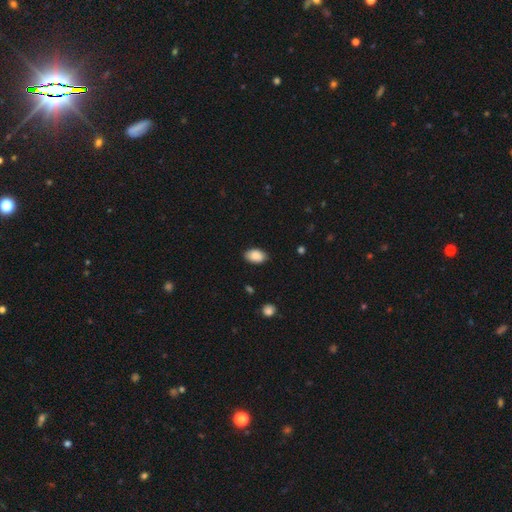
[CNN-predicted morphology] smooth_or_featured: smooth (p=0.89) [alt: star or artifact p=0.07]
how_rounded: in between (p=0.91) [alt: round p=0.08]
merging: none (p=0.86) [alt: minor disturbance p=0.11]